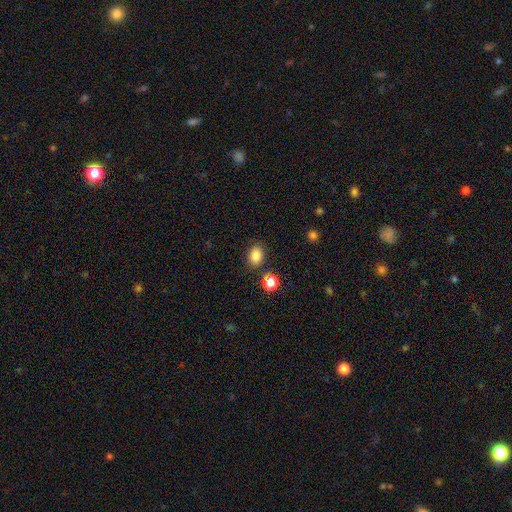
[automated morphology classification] A smooth galaxy with no disk features (84%) that is in between round and cigar-shaped (65%).

Vote fractions:
- Smooth or featured? smooth: 84% / star or artifact: 11% / featured or disk: 5%
- How rounded? in between: 65% / round: 34% / cigar-shaped: 1%
- Merging? none: 80% / minor disturbance: 12% / merger: 4% / major disturbance: 3%